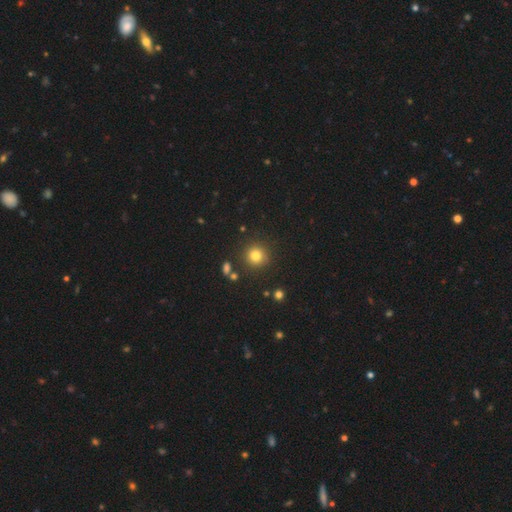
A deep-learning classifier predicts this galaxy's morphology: smooth-or-featured: smooth: 80% | star or artifact: 13% | featured or disk: 6%
  how-rounded: round: 92% | in between: 7% | cigar-shaped: 1%
  merging: none: 86% | minor disturbance: 8% | merger: 4% | major disturbance: 3%